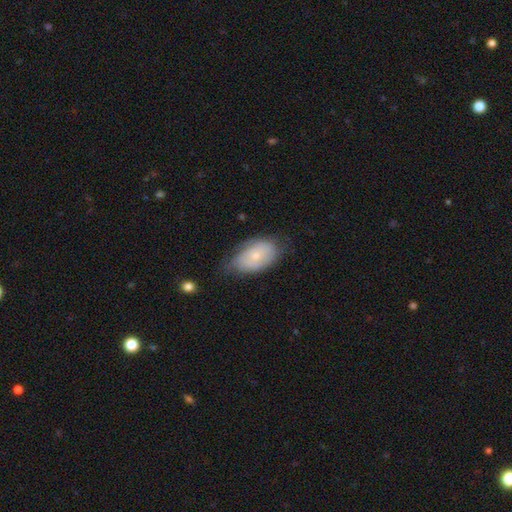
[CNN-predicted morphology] A smooth galaxy with no disk features (57%) that is in between round and cigar-shaped (91%). Merging: none (56%).